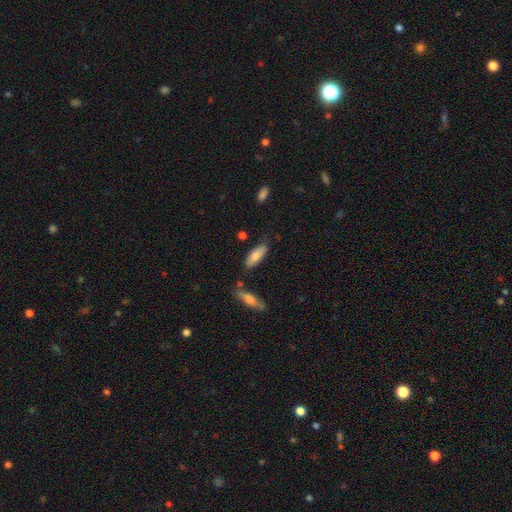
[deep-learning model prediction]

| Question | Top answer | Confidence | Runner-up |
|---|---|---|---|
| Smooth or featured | smooth | 77% | featured or disk (16%) |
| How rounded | in between | 62% | cigar-shaped (37%) |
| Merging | none | 75% | minor disturbance (16%) |